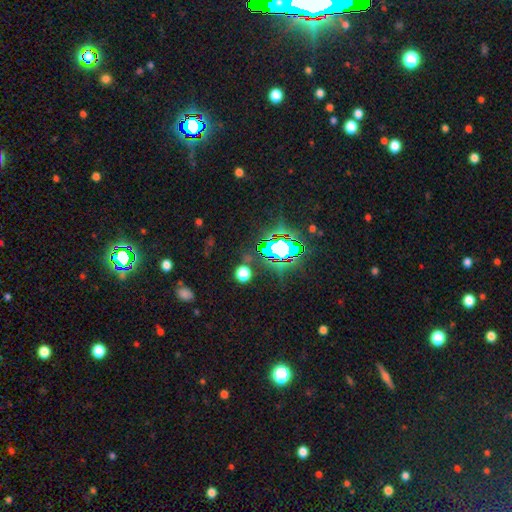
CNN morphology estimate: This appears to be a star or artifact, not a galaxy (80%).